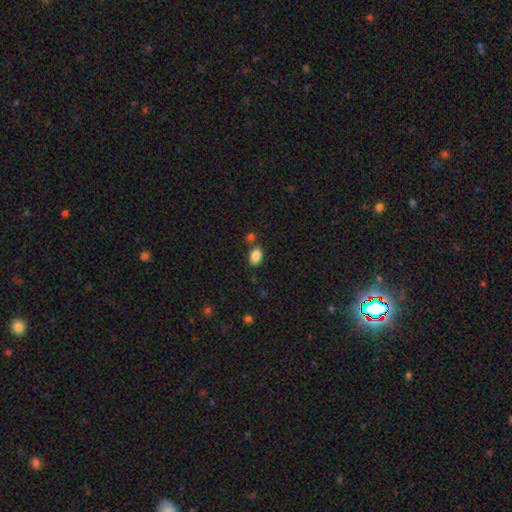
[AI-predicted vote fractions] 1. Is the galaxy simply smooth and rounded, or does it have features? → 86% smooth, 9% star or artifact, 5% featured or disk.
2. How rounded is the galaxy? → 86% in between, 13% round, 1% cigar-shaped.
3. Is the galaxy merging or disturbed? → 74% none, 12% merger, 11% minor disturbance, 3% major disturbance.